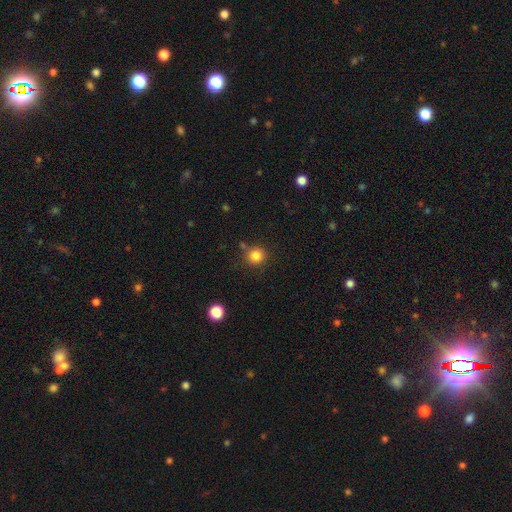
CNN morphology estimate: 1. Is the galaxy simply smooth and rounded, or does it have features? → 83% smooth, 12% star or artifact, 5% featured or disk.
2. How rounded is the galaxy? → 93% round, 6% in between, 1% cigar-shaped.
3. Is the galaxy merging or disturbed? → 83% none, 9% minor disturbance, 6% merger, 3% major disturbance.